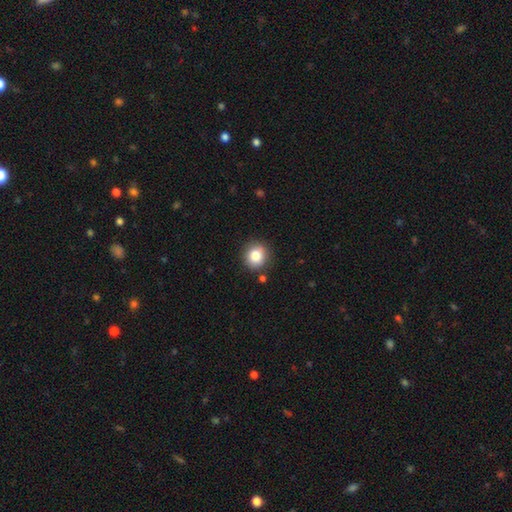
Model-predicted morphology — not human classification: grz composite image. It shows a smooth galaxy with no disk features (83%) that is round (86%). Merging: none (86%).